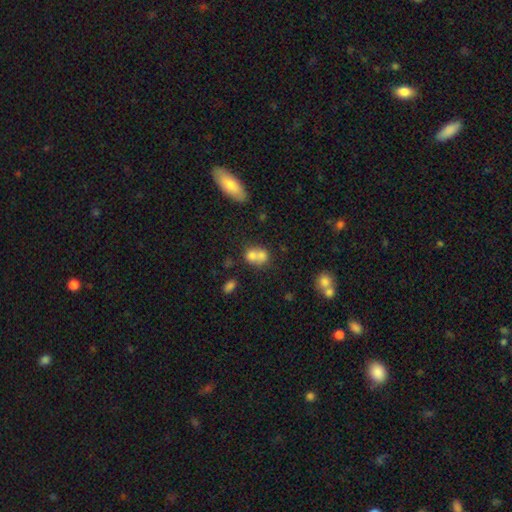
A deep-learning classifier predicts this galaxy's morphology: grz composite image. It shows a smooth galaxy with no disk features (71%) that is round (55%). Merging: merger (66%).